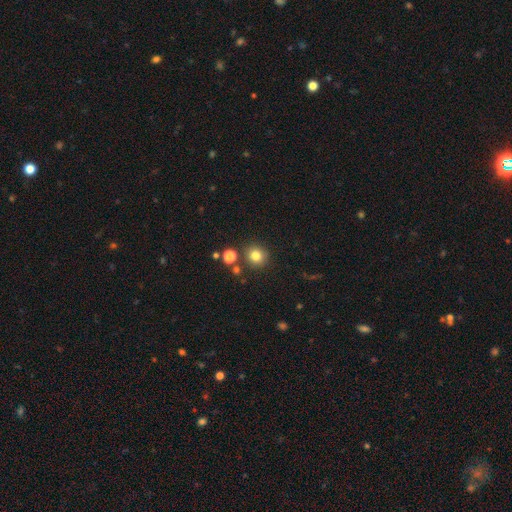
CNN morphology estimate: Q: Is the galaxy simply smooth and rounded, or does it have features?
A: smooth — 80%.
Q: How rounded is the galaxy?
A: round — 91%.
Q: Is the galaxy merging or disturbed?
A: none — 83%.